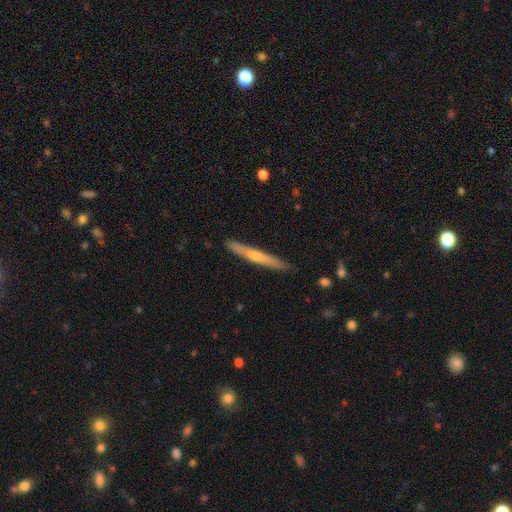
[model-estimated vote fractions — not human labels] Smooth or featured? Predicted: featured or disk (p=0.48). Merging? Predicted: none (p=0.90).